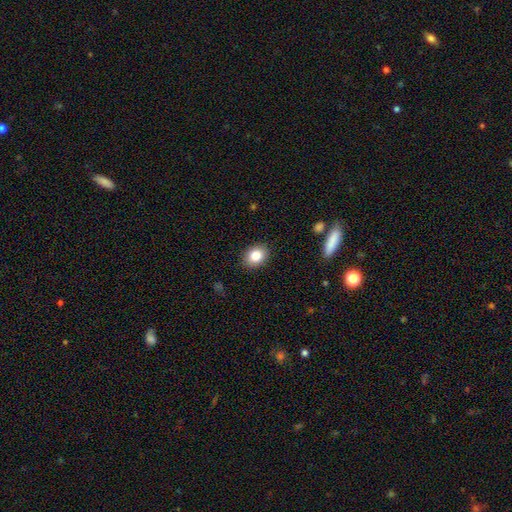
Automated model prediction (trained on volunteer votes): Smooth or featured? smooth (82%)
How rounded? in between (50%)
Merging? none (89%)